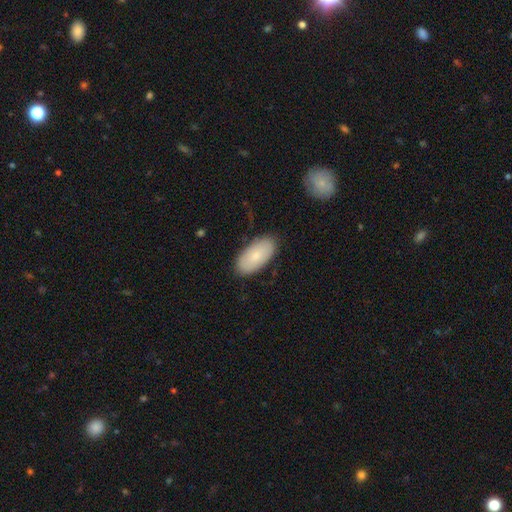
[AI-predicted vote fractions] smooth_or_featured: smooth (p=0.79) [alt: featured or disk p=0.15]
how_rounded: in between (p=0.95) [alt: cigar-shaped p=0.03]
merging: none (p=0.85) [alt: minor disturbance p=0.12]